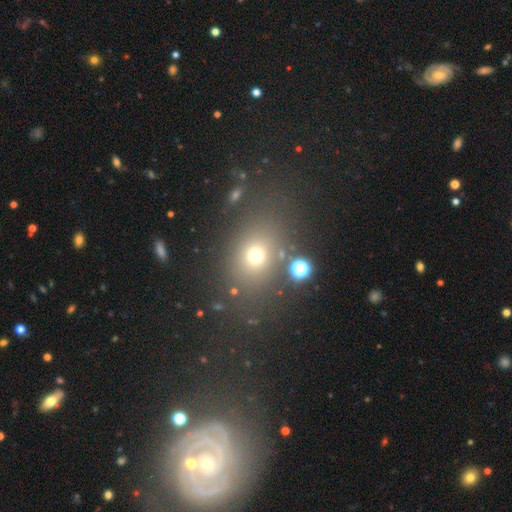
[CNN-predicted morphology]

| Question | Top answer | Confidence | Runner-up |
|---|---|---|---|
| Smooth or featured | smooth | 69% | star or artifact (20%) |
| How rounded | round | 51% | in between (47%) |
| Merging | none | 73% | minor disturbance (12%) |